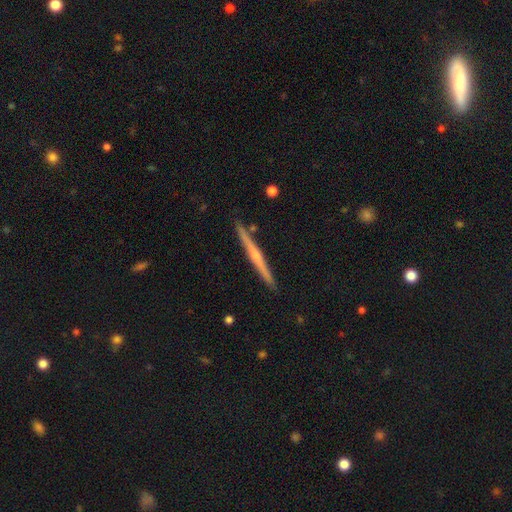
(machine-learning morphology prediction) Q: Smooth or featured?
A: featured or disk (68%); runner-up: smooth (27%)
Q: Edge-on disk?
A: yes (98%); runner-up: no (2%)
Q: Edge-on bulge?
A: rounded (55%); runner-up: none (39%)
Q: Merging?
A: none (90%); runner-up: minor disturbance (7%)